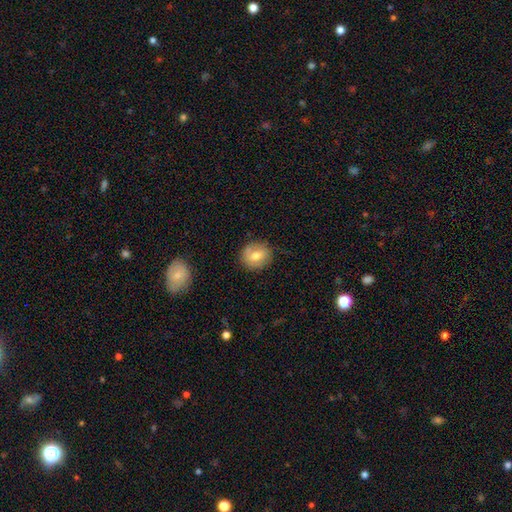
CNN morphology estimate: This appears to be a smooth galaxy with no disk features (70%) that is round (74%). Merging: none (79%).